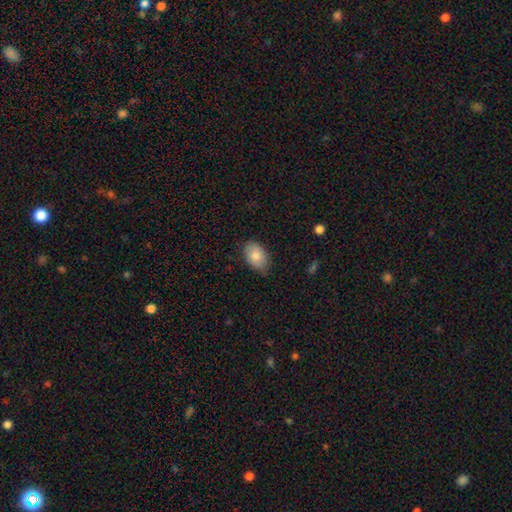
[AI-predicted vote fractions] A smooth galaxy with no disk features (83%) that is in between round and cigar-shaped (88%).

Vote fractions:
- Smooth or featured? smooth: 83% / featured or disk: 10% / star or artifact: 7%
- How rounded? in between: 88% / round: 11% / cigar-shaped: 1%
- Merging? none: 72% / minor disturbance: 24% / major disturbance: 4% / merger: 1%